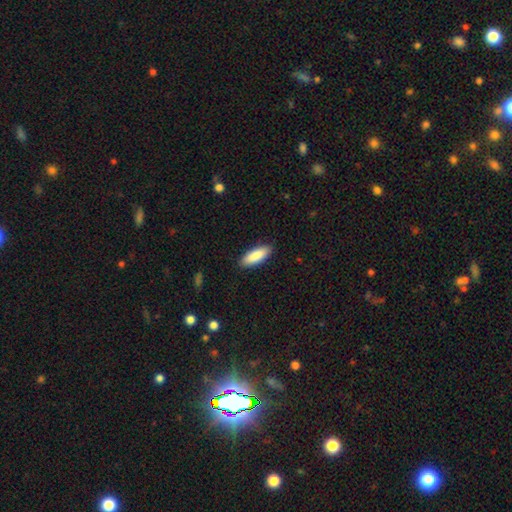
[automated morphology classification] Smooth or featured: smooth — 88% (featured or disk — 7%)
How rounded: in between — 63% (cigar-shaped — 35%)
Merging: none — 89% (minor disturbance — 9%)